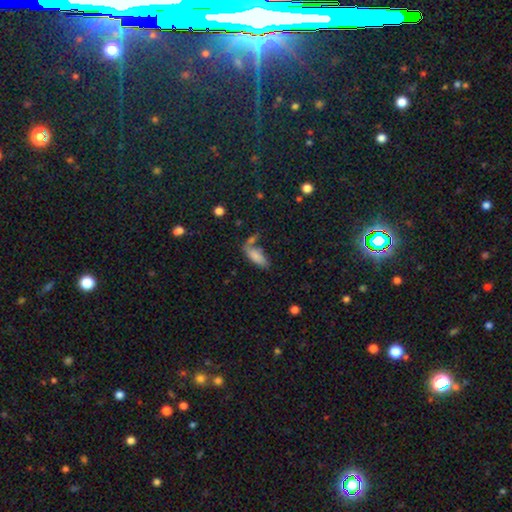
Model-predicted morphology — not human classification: This is likely a smooth galaxy (78%). How rounded: likely in between (68%). Merging: possibly none (49%).